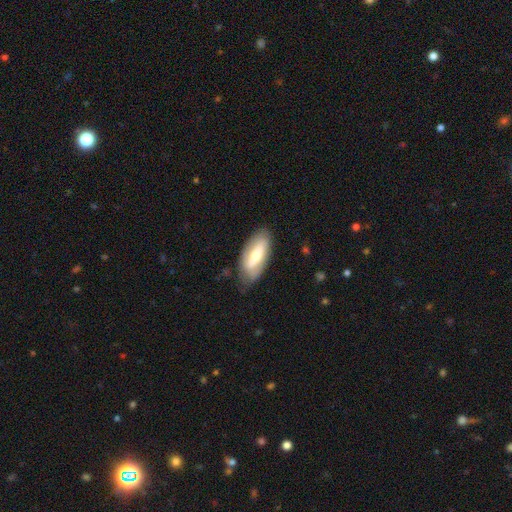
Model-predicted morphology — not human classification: Overall: smooth (51%; featured or disk 43%). How rounded: in between (82%). Merging: none (75%).